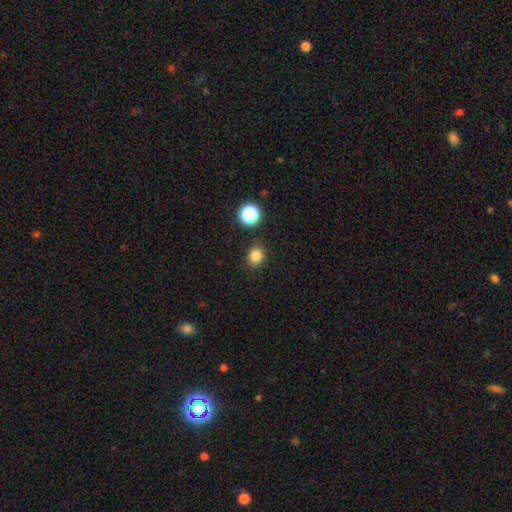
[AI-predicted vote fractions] Morphology: type=smooth (81%); roundness=round (61%); merging=none (87%).